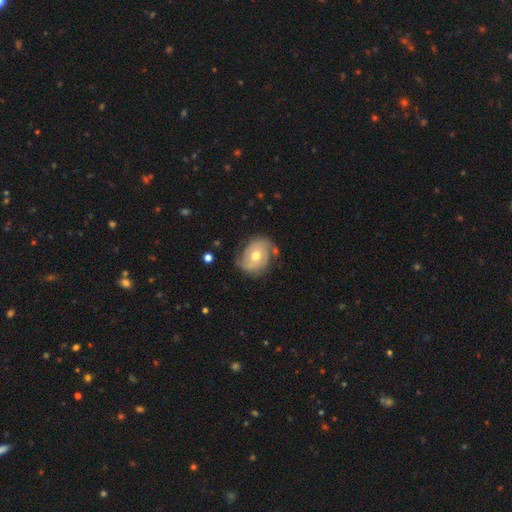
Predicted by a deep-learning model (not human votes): Overall: featured or disk (54%; smooth 39%). Edge-on disk: no (95%). Bar: no (72%). Spiral arms: yes (67%; no 33%). Bulge size: moderate (77%). Merging: none (65%).